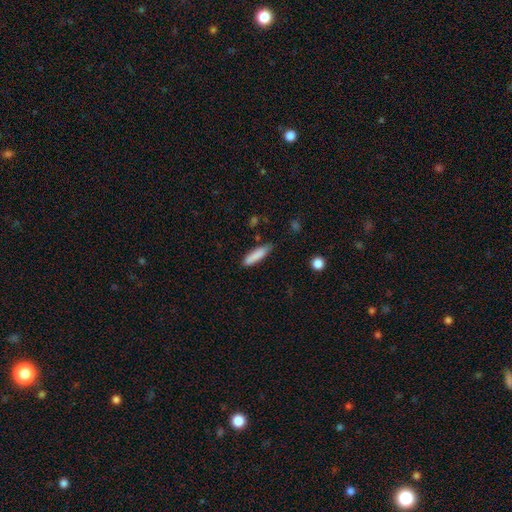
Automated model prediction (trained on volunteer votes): A smooth galaxy with no disk features (85%) that is cigar-shaped (72%). Merging: none (77%).